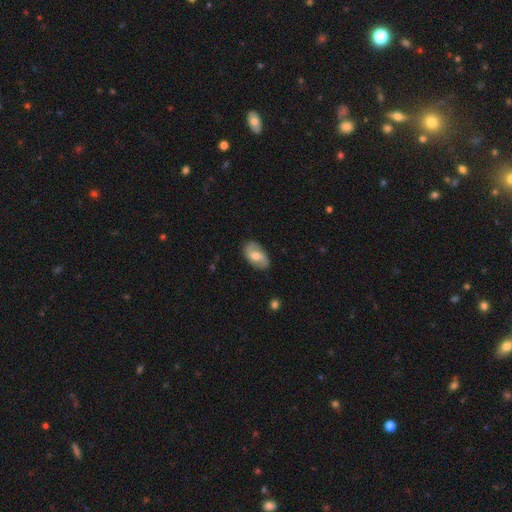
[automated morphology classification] Smooth or featured: featured or disk — 56% (smooth — 38%)
Edge-on disk: no — 94% (yes — 6%)
Bar: weak — 47% (no — 38%)
Spiral arms: yes — 82% (no — 18%)
Bulge size: moderate — 66% (small — 20%)
Merging: none — 80% (minor disturbance — 15%)